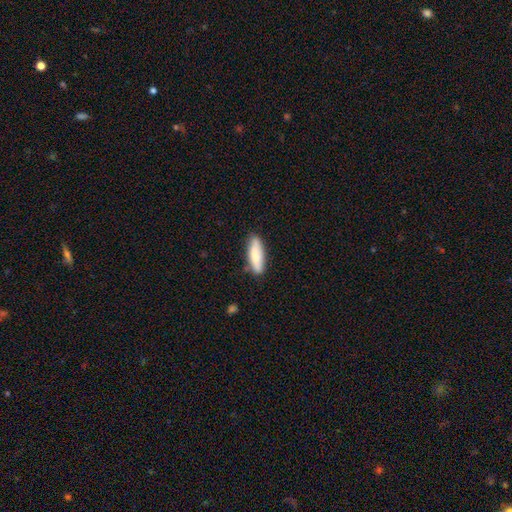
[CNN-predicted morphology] type=smooth (80%); roundness=cigar-shaped (53%); merging=none (79%).